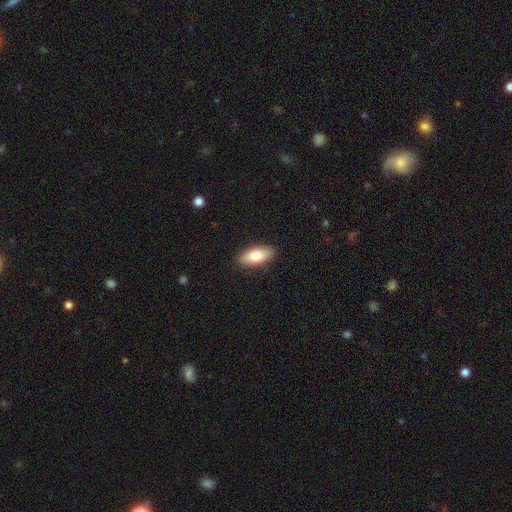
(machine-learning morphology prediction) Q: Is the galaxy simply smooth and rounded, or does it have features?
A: smooth — 79%.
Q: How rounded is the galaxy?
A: in between — 86%.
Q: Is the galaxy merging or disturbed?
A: none — 89%.